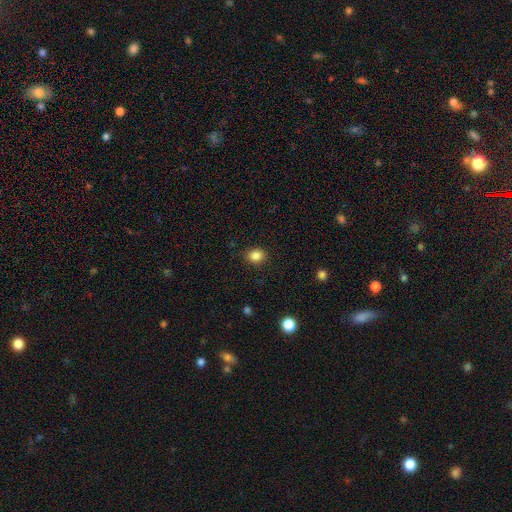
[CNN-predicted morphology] Overall: smooth (85%). How rounded: round (61%; in between 38%). Merging: none (87%).